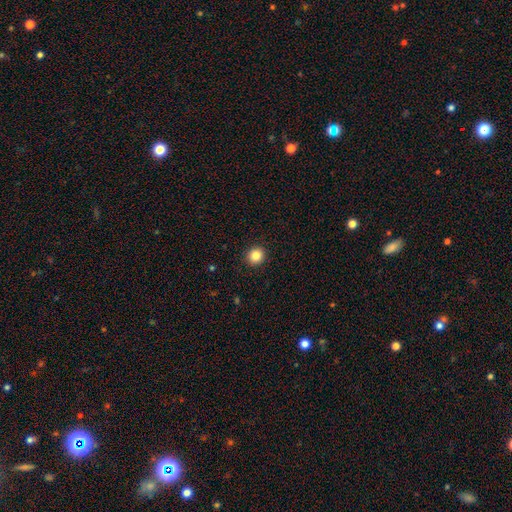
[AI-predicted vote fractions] smooth 84%, star or artifact 11%, featured or disk 5%. Down the decision tree: how rounded — round (89%); merging — none (93%).